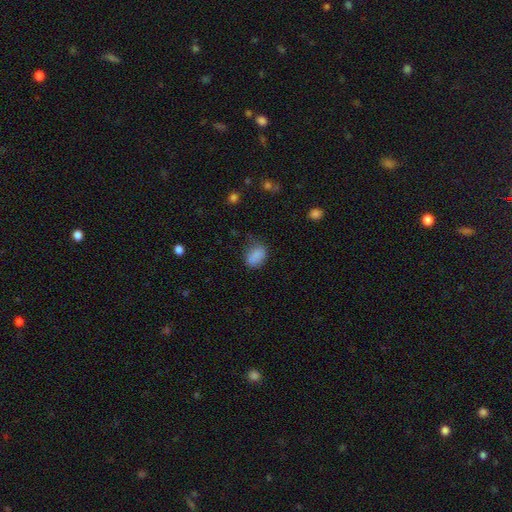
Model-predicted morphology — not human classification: Q: Smooth or featured?
A: smooth (84%); runner-up: star or artifact (10%)
Q: How rounded?
A: in between (75%); runner-up: round (24%)
Q: Merging?
A: none (63%); runner-up: minor disturbance (27%)